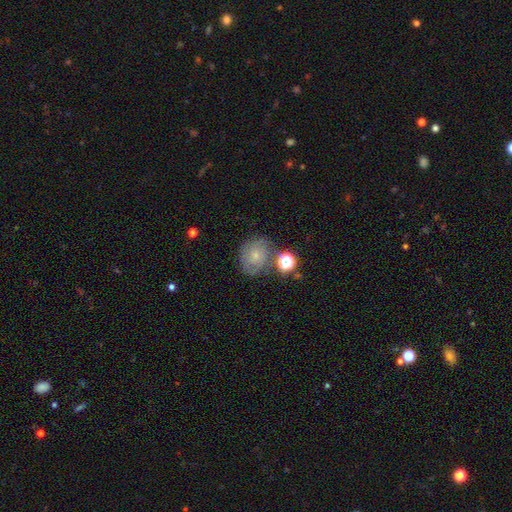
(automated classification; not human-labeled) This is marginally a smooth galaxy (45%). Merging: likely none (62%).